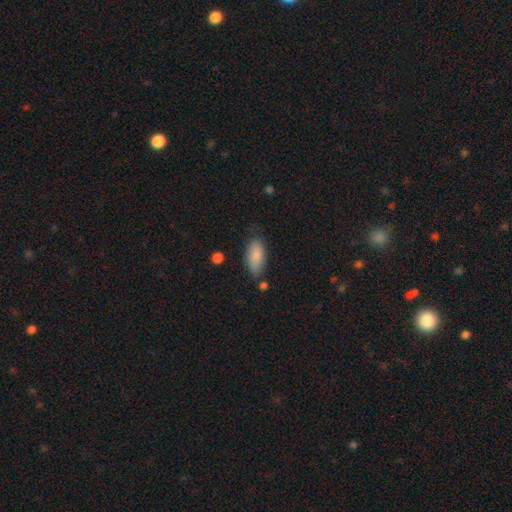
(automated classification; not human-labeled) This is clearly a smooth galaxy (86%). How rounded: clearly in between (90%). Merging: likely none (72%).